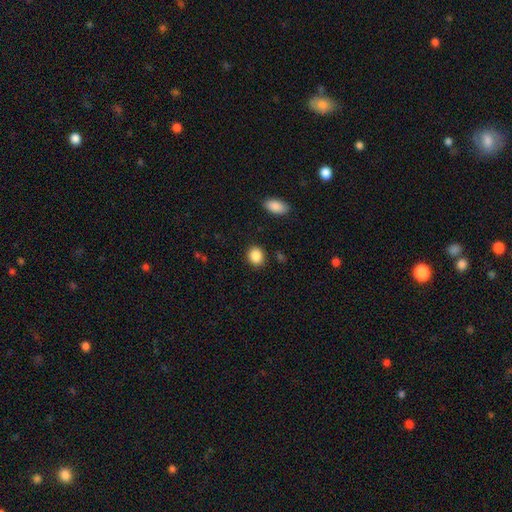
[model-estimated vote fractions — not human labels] This appears to be a smooth galaxy with no disk features (88%) that is round (63%). Merging: none (87%).